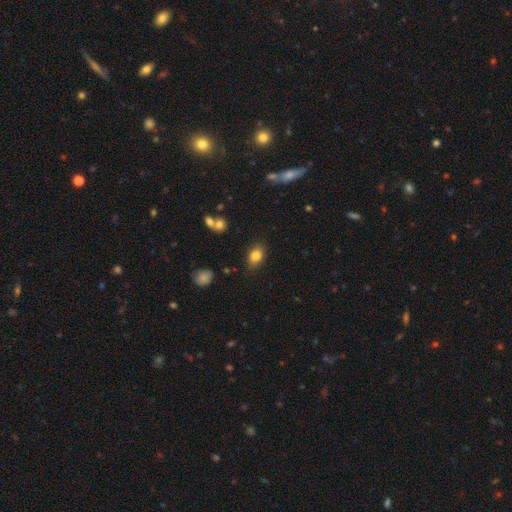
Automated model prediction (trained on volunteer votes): This is clearly a smooth galaxy (82%). How rounded: likely in between (76%). Merging: clearly none (81%).